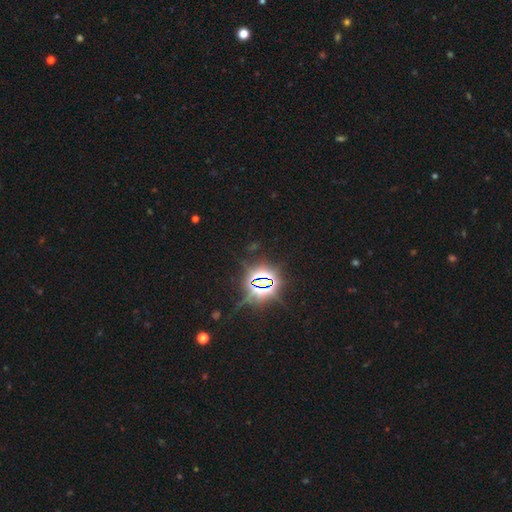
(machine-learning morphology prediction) type=star or artifact (87%).